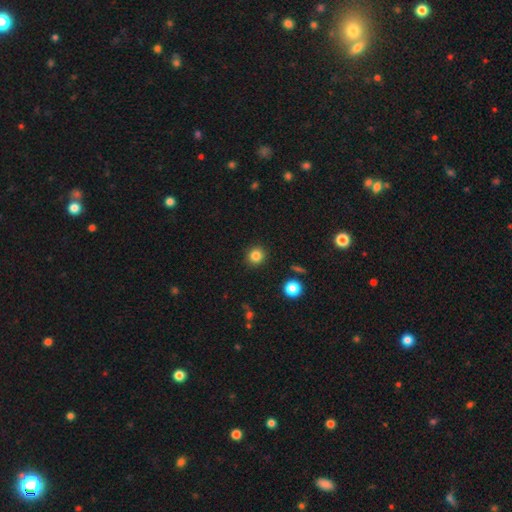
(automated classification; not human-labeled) A smooth galaxy with no disk features (84%) that is round (91%).

Vote fractions:
- Smooth or featured? smooth: 84% / star or artifact: 12% / featured or disk: 5%
- How rounded? round: 91% / in between: 8% / cigar-shaped: 1%
- Merging? none: 91% / minor disturbance: 6% / major disturbance: 2% / merger: 1%